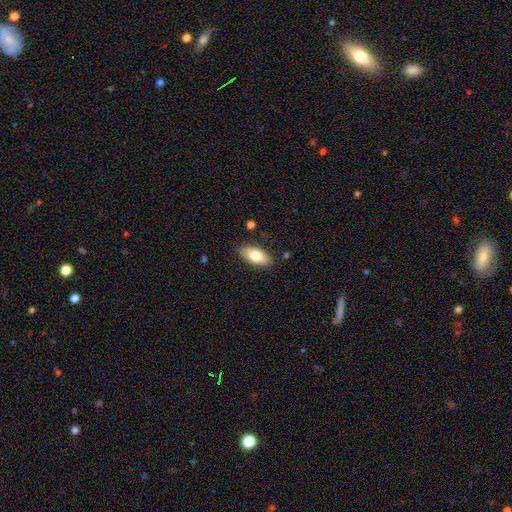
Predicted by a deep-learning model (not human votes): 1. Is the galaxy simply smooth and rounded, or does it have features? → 78% smooth, 15% featured or disk, 6% star or artifact.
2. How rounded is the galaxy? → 89% in between, 8% cigar-shaped, 3% round.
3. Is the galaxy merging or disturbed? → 84% none, 12% minor disturbance, 2% major disturbance, 2% merger.